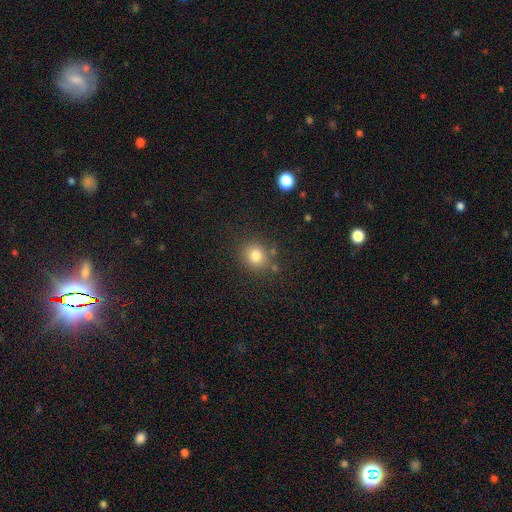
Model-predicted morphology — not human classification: Smooth or featured?
  - smooth: 81% *
  - star or artifact: 12%
  - featured or disk: 7%
How rounded?
  - round: 82% *
  - in between: 17%
  - cigar-shaped: 1%
Merging?
  - none: 81% *
  - minor disturbance: 11%
  - merger: 5%
  - major disturbance: 4%